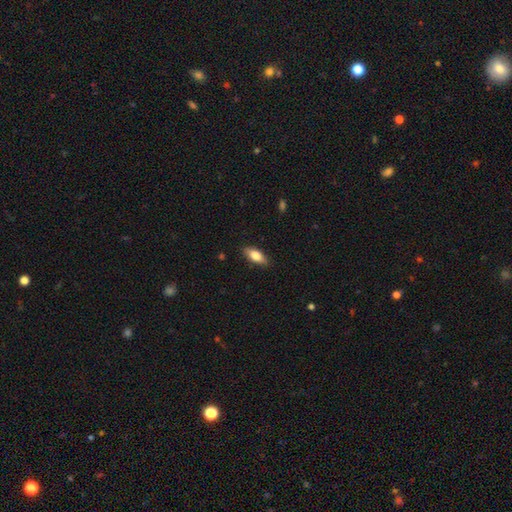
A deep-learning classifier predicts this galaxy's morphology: Smooth or featured?
  - smooth: 76% *
  - featured or disk: 17%
  - star or artifact: 7%
How rounded?
  - in between: 80% *
  - cigar-shaped: 18%
  - round: 3%
Merging?
  - none: 85% *
  - minor disturbance: 12%
  - major disturbance: 2%
  - merger: 1%